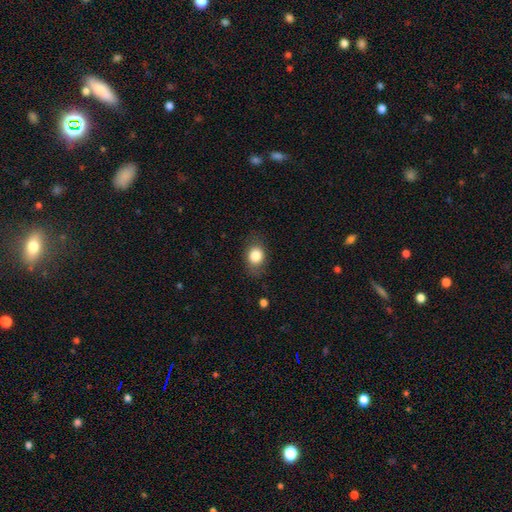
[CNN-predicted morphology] This appears to be a smooth galaxy with no disk features (82%) that is in between round and cigar-shaped (57%). Merging: none (76%).